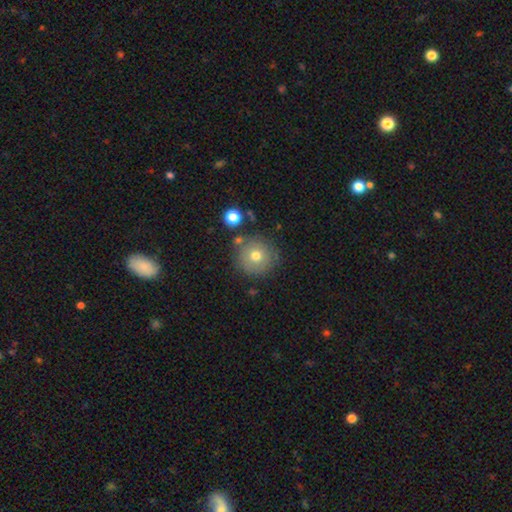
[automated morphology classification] This is likely a smooth galaxy (69%). How rounded: clearly round (94%). Merging: likely none (78%).